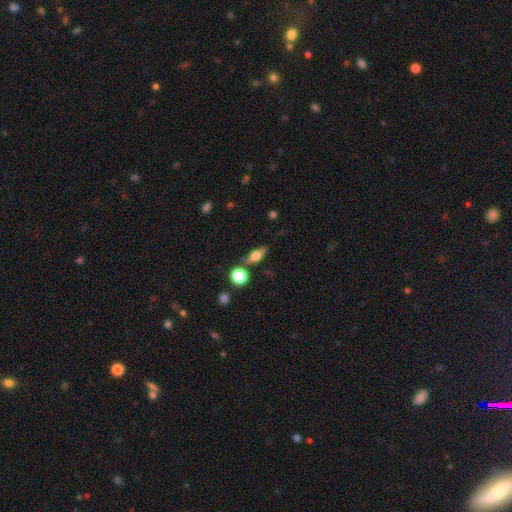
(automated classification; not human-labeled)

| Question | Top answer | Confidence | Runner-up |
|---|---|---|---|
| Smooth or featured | smooth | 50% | featured or disk (40%) |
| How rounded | in between | 57% | cigar-shaped (25%) |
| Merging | none | 71% | minor disturbance (15%) |